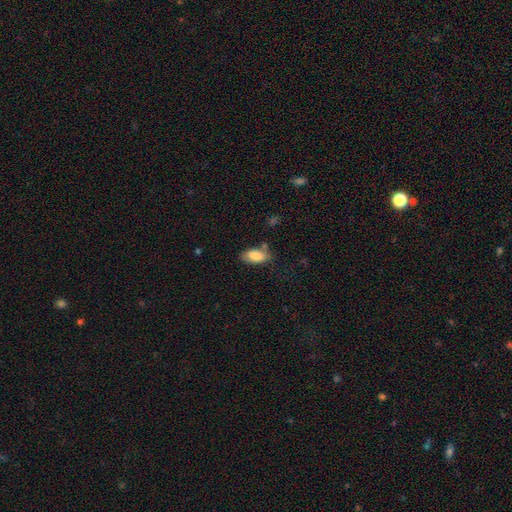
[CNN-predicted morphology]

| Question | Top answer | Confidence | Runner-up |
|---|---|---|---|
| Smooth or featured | smooth | 84% | featured or disk (9%) |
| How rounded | in between | 90% | cigar-shaped (7%) |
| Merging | none | 67% | minor disturbance (21%) |